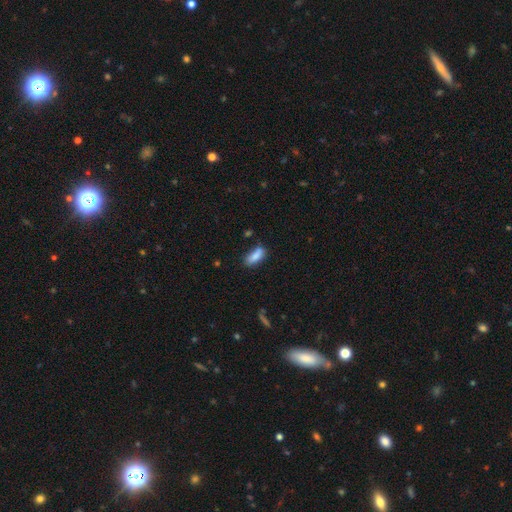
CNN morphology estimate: type=smooth (83%); roundness=in between (76%); merging=none (62%).